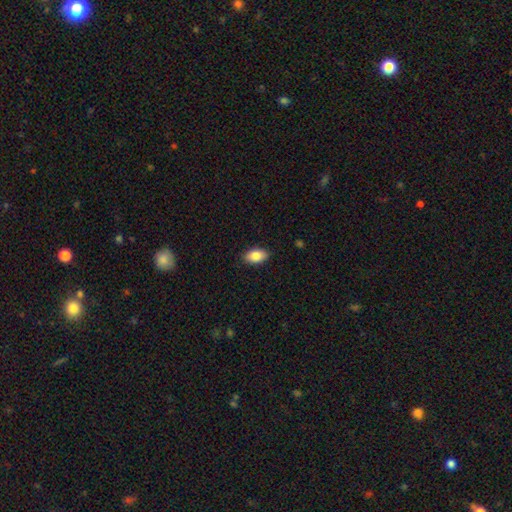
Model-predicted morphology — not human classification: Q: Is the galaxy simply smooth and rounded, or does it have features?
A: smooth — 86%.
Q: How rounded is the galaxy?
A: in between — 92%.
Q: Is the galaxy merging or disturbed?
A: none — 88%.